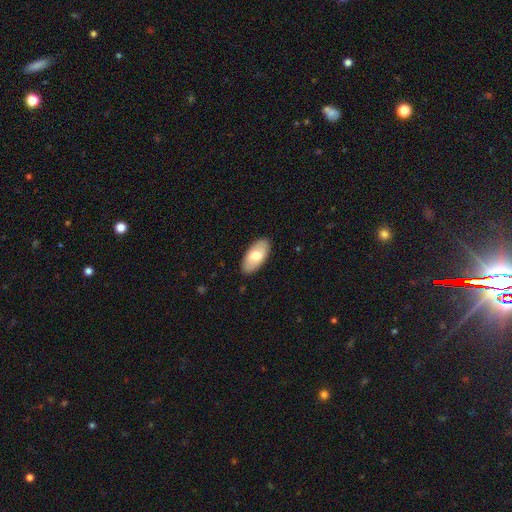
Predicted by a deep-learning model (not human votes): This is likely a smooth galaxy (70%). How rounded: clearly in between (93%). Merging: clearly none (88%).